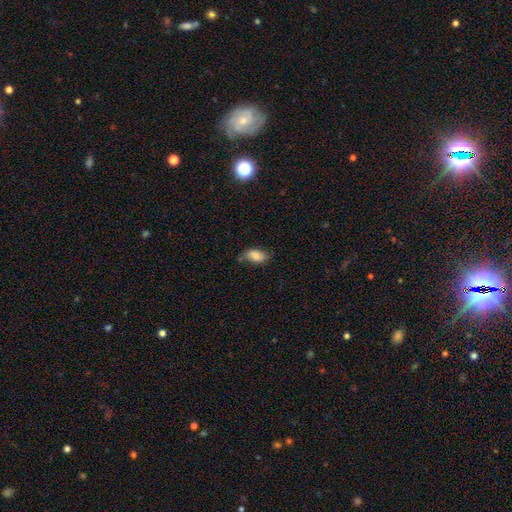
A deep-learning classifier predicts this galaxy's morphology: smooth_or_featured: smooth (p=0.80) [alt: featured or disk p=0.13]
how_rounded: in between (p=0.92) [alt: round p=0.04]
merging: none (p=0.66) [alt: minor disturbance p=0.26]